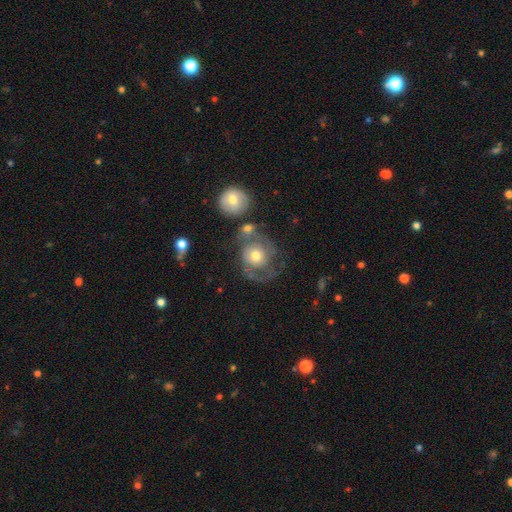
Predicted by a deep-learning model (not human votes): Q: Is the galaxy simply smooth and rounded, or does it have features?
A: featured or disk — 62%.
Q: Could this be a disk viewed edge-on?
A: no — 97%.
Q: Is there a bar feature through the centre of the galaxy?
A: no — 82%.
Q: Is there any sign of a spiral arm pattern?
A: yes — 82%.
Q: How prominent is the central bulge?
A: moderate — 69%.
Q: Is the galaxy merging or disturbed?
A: none — 45%.